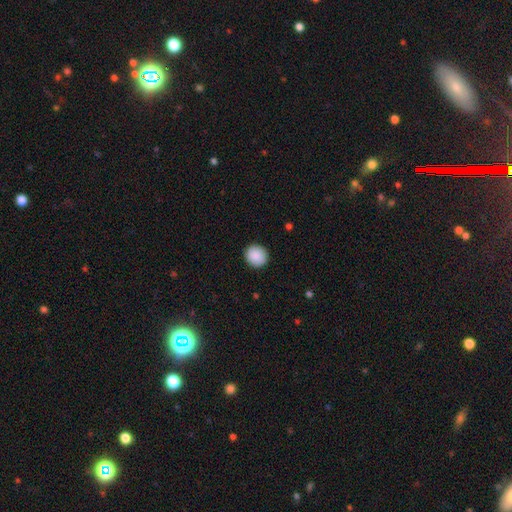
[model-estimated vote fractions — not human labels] This appears to be a smooth galaxy with no disk features (90%) that is round (87%). Merging: none (90%).